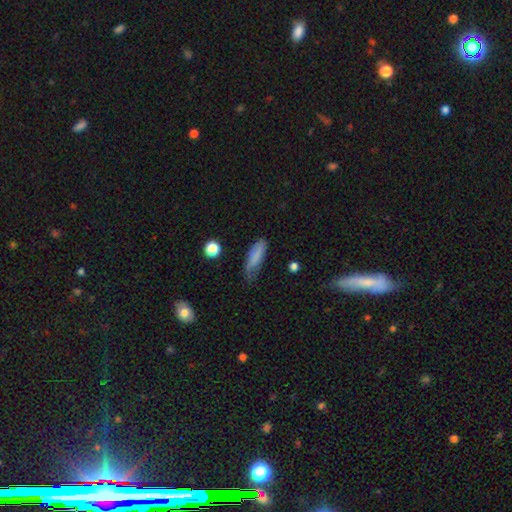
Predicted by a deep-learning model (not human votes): A smooth galaxy with no disk features (78%) that is in between round and cigar-shaped (59%). Merging: none (48%).